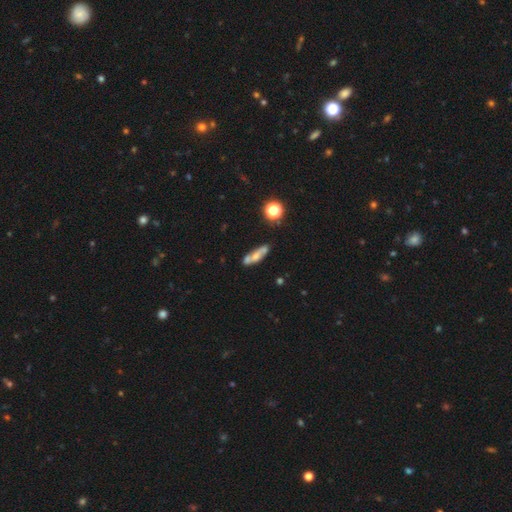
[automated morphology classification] Smooth or featured? Predicted: smooth (p=0.46). Merging? Predicted: none (p=0.53).